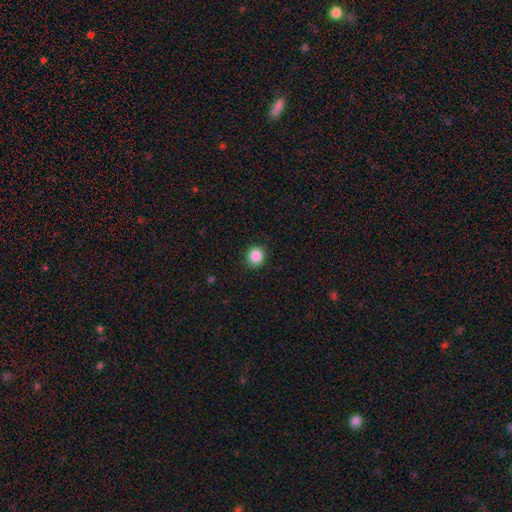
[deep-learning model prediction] This appears to be a smooth galaxy with no disk features (87%) that is round (89%). Merging: none (91%).